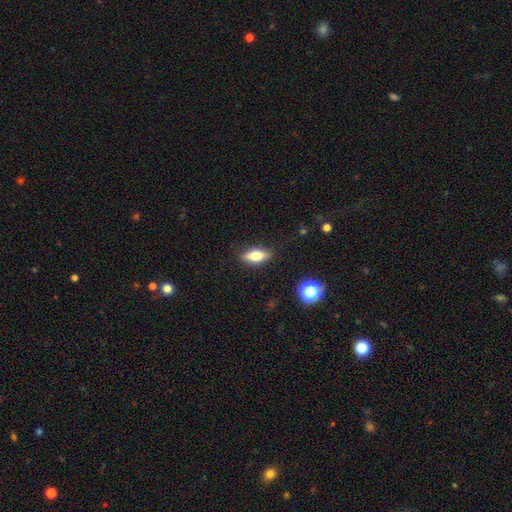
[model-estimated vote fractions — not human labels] Smooth or featured? smooth (62%)
How rounded? in between (69%)
Merging? none (87%)